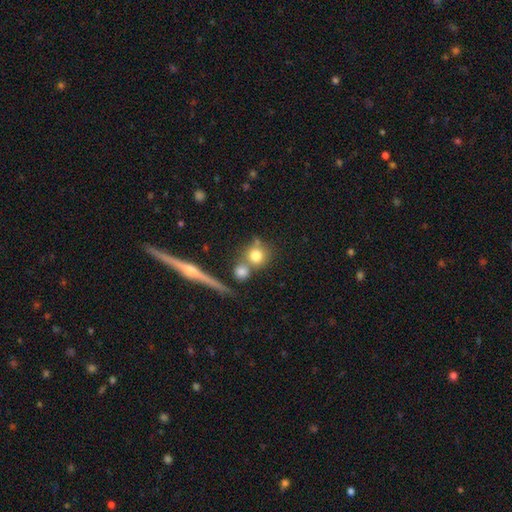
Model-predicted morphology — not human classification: smooth-or-featured: smooth: 75% | featured or disk: 14% | star or artifact: 11%
  how-rounded: round: 85% | in between: 11% | cigar-shaped: 4%
  merging: none: 57% | merger: 29% | minor disturbance: 10% | major disturbance: 5%